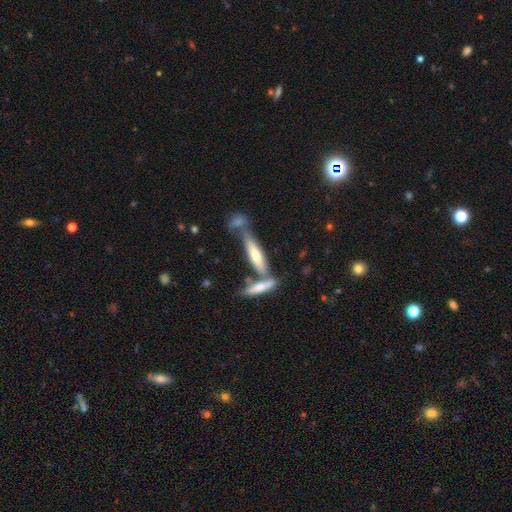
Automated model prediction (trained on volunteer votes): Smooth or featured? Predicted: smooth (p=0.46, tied with featured or disk). Merging? Predicted: none (p=0.49).